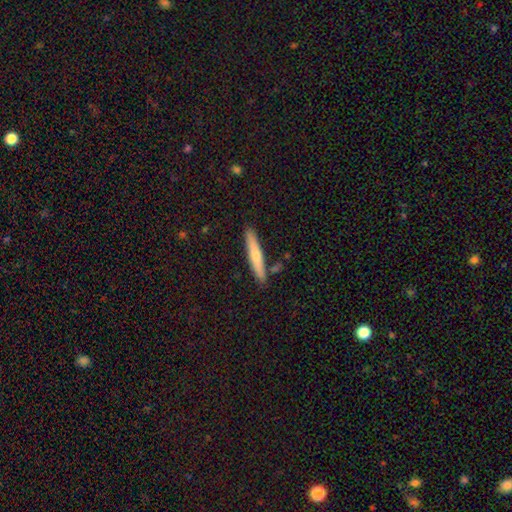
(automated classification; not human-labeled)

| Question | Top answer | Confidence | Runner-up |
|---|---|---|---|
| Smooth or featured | smooth | 63% | featured or disk (31%) |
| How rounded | cigar-shaped | 94% | in between (5%) |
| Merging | none | 85% | minor disturbance (9%) |